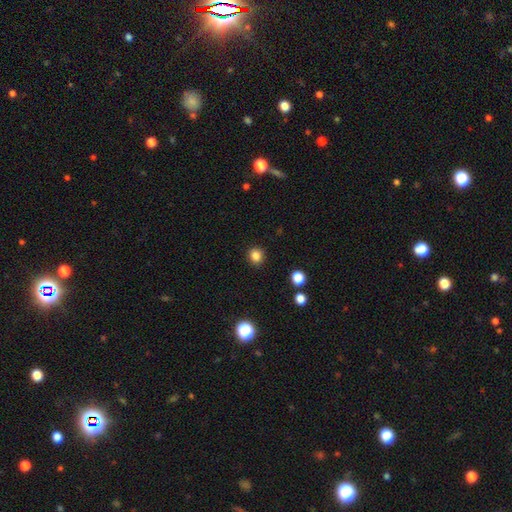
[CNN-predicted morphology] Overall: smooth (84%). How rounded: round (88%). Merging: none (91%).